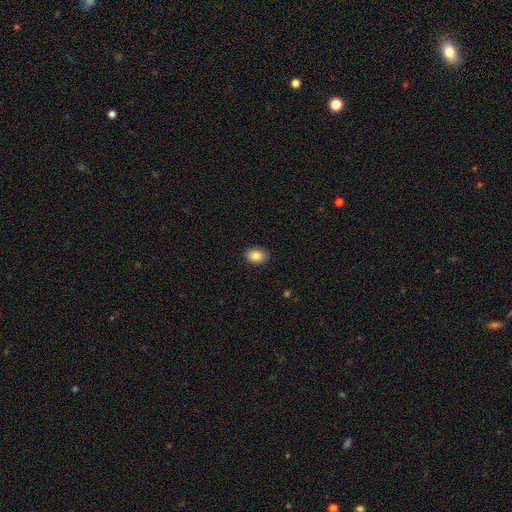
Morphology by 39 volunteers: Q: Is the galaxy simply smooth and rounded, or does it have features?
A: smooth — 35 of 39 (90%).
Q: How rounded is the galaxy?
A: in between — 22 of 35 (63%).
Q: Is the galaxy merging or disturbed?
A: none — 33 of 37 (89%).